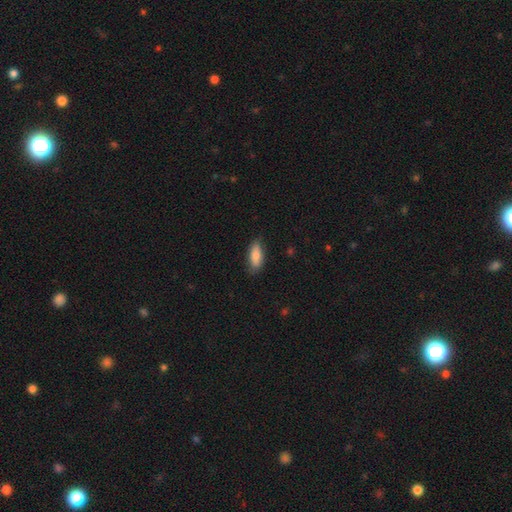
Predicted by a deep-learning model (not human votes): Smooth or featured: smooth — 84% (featured or disk — 10%)
How rounded: in between — 78% (cigar-shaped — 20%)
Merging: none — 79% (minor disturbance — 17%)